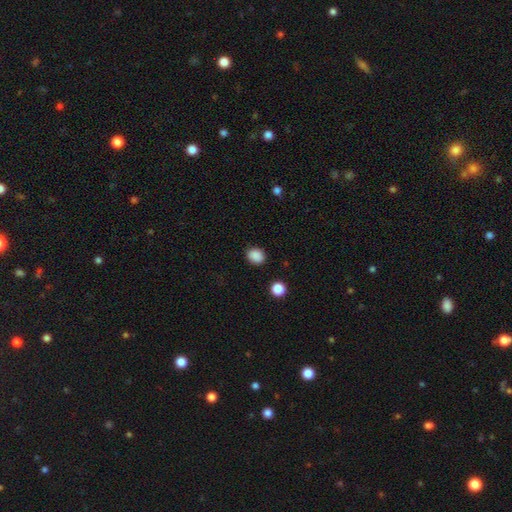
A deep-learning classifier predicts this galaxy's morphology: Smooth or featured: smooth — 87% (star or artifact — 10%)
How rounded: round — 55% (in between — 44%)
Merging: none — 87% (minor disturbance — 9%)